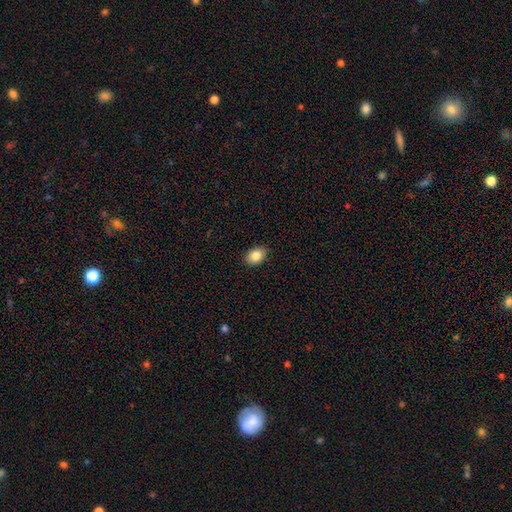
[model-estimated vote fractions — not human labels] Smooth or featured? Predicted: smooth (p=0.86). How rounded? Predicted: in between (p=0.76). Merging? Predicted: none (p=0.89).